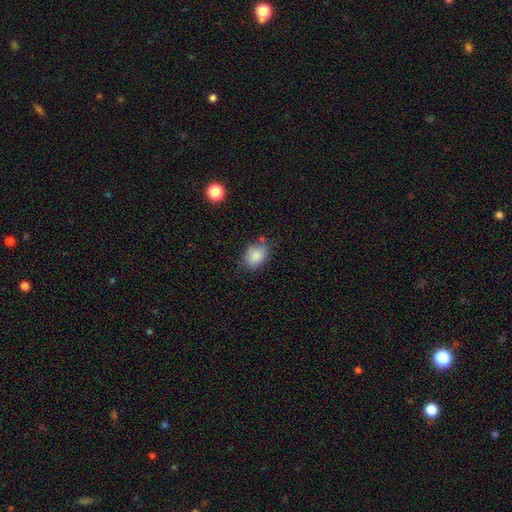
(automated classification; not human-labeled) The model was most divided on "merging": none: 68%, minor disturbance: 22%, major disturbance: 5%, merger: 5%. More confident: smooth or featured — smooth (85%); how rounded — in between (78%).